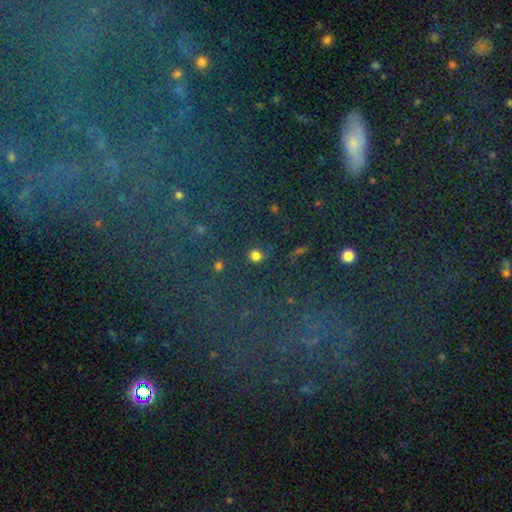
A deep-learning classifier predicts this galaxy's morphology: The model was most divided on "smooth or featured": smooth: 73%, star or artifact: 21%, featured or disk: 6%. More confident: how rounded — round (86%); merging — none (85%).